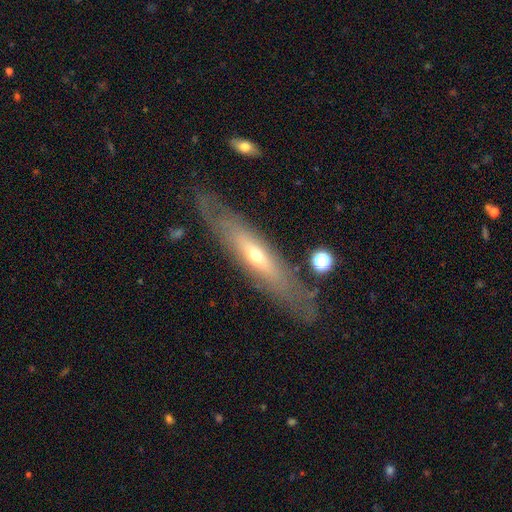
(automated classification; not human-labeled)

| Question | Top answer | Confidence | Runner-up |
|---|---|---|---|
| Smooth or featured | featured or disk | 64% | smooth (29%) |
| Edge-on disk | yes | 63% | no (37%) |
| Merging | none | 79% | minor disturbance (13%) |